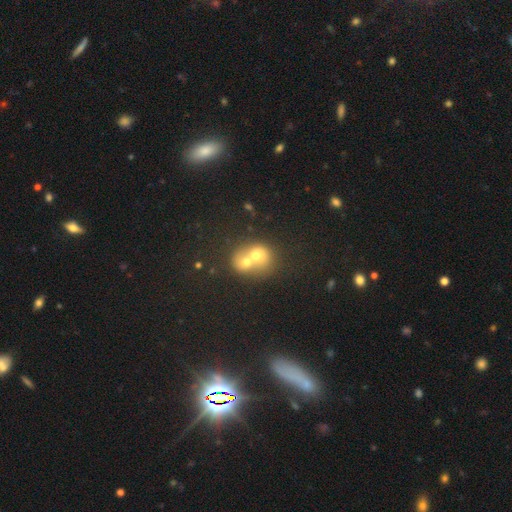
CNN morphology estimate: A smooth galaxy with no disk features (61%) that is round (66%).

Vote fractions:
- Smooth or featured? smooth: 61% / featured or disk: 28% / star or artifact: 11%
- How rounded? round: 66% / in between: 33% / cigar-shaped: 1%
- Merging? merger: 78% / none: 15% / minor disturbance: 4% / major disturbance: 3%